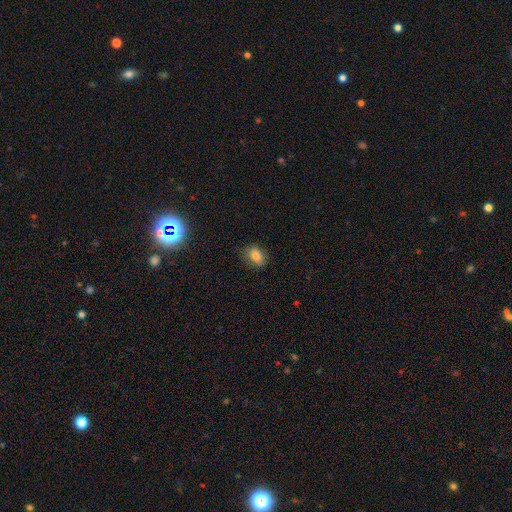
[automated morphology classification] smooth 82%, star or artifact 11%, featured or disk 8%. Down the decision tree: how rounded — in between (76%); merging — none (78%).